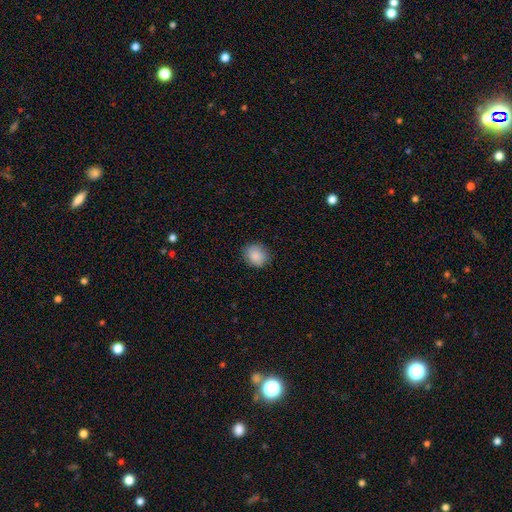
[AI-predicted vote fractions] This appears to be a smooth galaxy with no disk features (88%) that is round (74%). Merging: none (88%).